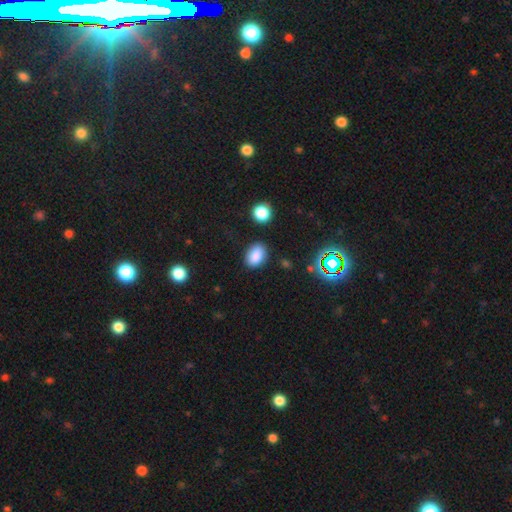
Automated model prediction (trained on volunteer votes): Smooth or featured? smooth (84%)
How rounded? in between (83%)
Merging? none (83%)